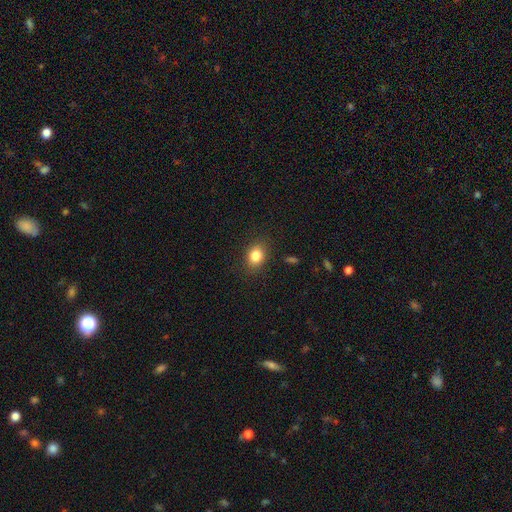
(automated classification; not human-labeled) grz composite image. It shows a smooth galaxy with no disk features (83%) that is in between round and cigar-shaped (57%). Merging: none (86%).